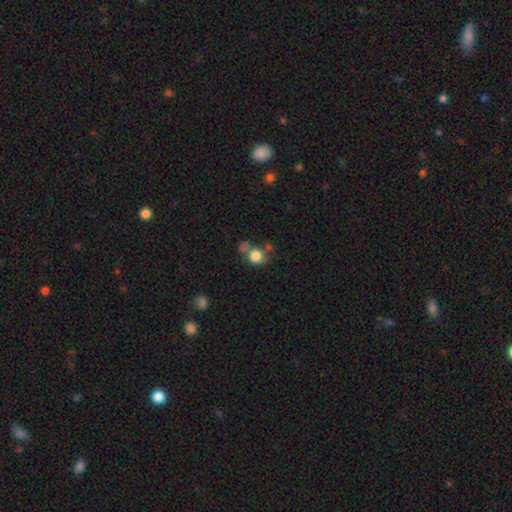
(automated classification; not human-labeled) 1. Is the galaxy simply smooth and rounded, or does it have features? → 81% smooth, 11% star or artifact, 8% featured or disk.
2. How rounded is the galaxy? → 80% round, 19% in between, 1% cigar-shaped.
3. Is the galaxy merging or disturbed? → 51% none, 25% merger, 15% minor disturbance, 9% major disturbance.